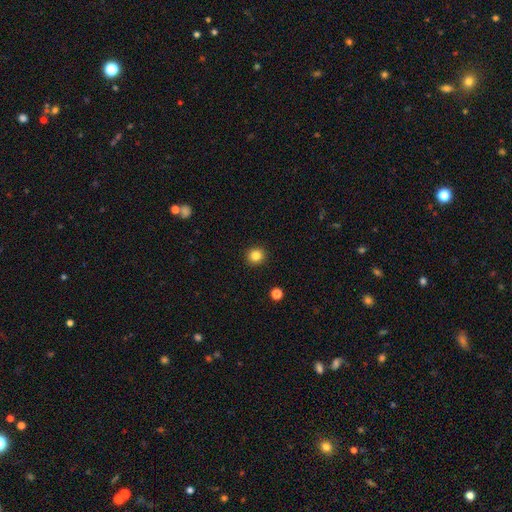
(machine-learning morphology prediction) Overall: smooth (83%). How rounded: round (92%). Merging: none (92%).